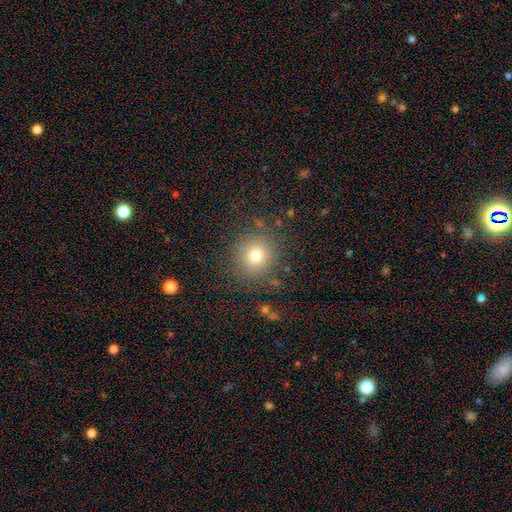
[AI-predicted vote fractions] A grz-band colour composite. It shows a smooth galaxy with no disk features (75%) that is round (91%). Merging: none (84%).